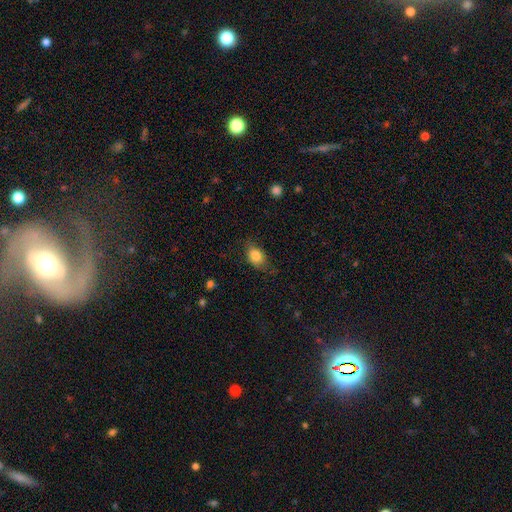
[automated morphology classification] This appears to be a smooth galaxy with no disk features (83%) that is in between round and cigar-shaped (76%). Merging: none (69%).